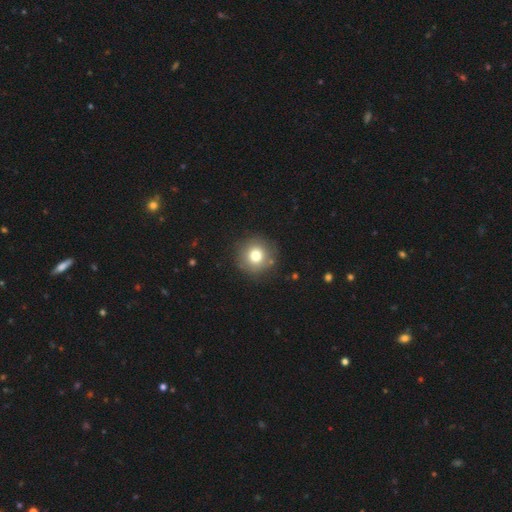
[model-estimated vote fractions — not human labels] Smooth or featured? Predicted: smooth (p=0.77). How rounded? Predicted: round (p=0.94). Merging? Predicted: none (p=0.87).